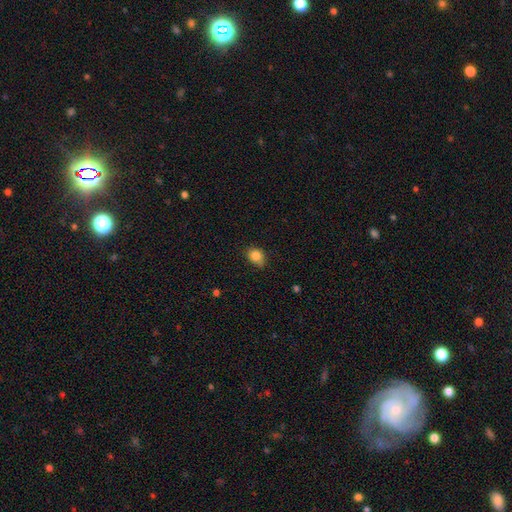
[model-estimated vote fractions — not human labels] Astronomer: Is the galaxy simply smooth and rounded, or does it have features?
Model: smooth — 85%.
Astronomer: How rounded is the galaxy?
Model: in between — 58% (runner-up: round, 40%).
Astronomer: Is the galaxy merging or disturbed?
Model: none — 67%.